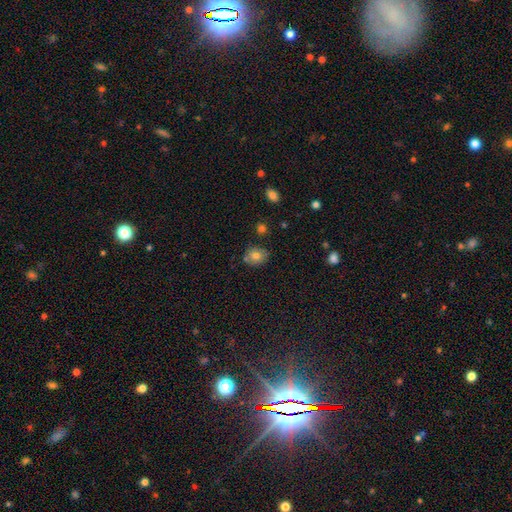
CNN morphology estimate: The model was most divided on "how rounded": round: 61%, in between: 38%, cigar-shaped: 1%. More confident: merging — none (77%); smooth or featured — smooth (76%).